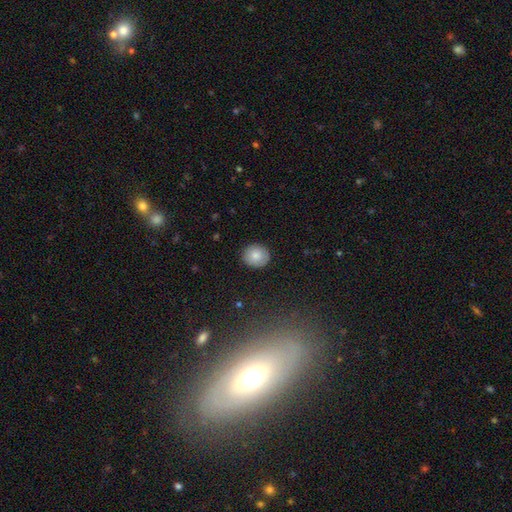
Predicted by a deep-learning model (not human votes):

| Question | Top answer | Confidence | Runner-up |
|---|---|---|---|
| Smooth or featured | smooth | 82% | featured or disk (10%) |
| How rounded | round | 83% | in between (16%) |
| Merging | none | 89% | minor disturbance (8%) |